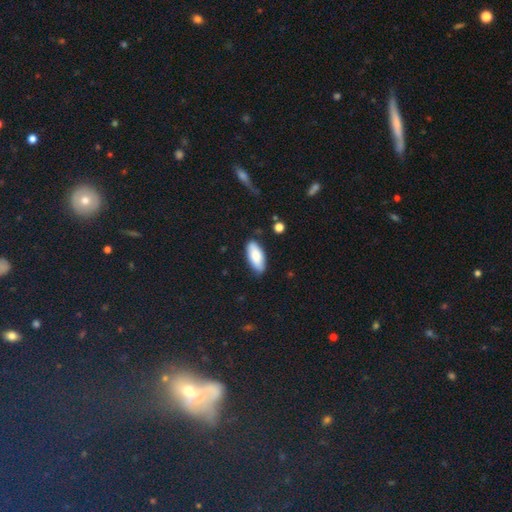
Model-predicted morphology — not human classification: smooth-or-featured: smooth: 82% | featured or disk: 12% | star or artifact: 6%
  how-rounded: in between: 83% | cigar-shaped: 15% | round: 2%
  merging: none: 83% | minor disturbance: 13% | major disturbance: 2% | merger: 2%